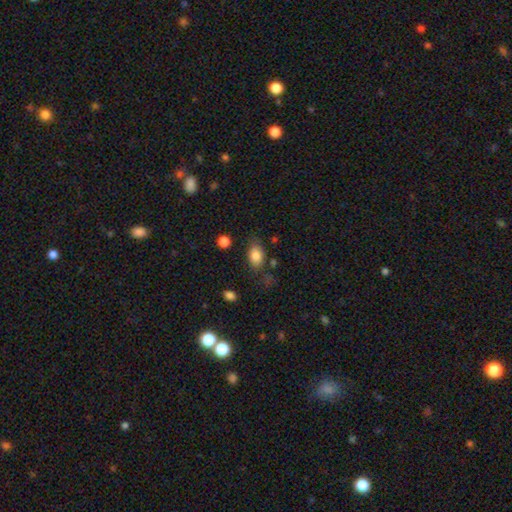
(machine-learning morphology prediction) This is clearly a smooth galaxy (83%). How rounded: clearly in between (86%). Merging: likely none (70%).